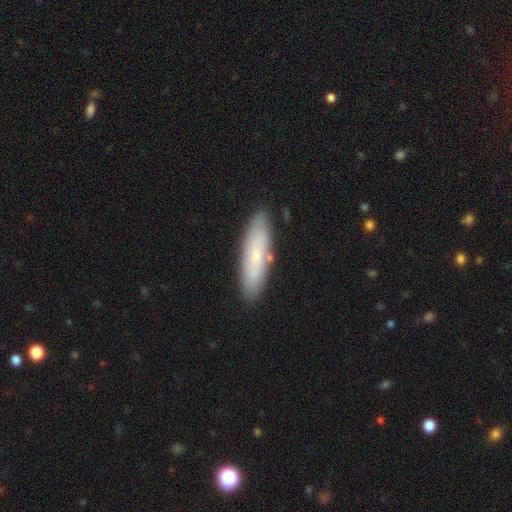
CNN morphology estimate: smooth-or-featured: smooth: 63% | featured or disk: 30% | star or artifact: 7%
  how-rounded: cigar-shaped: 62% | in between: 36% | round: 2%
  merging: none: 84% | minor disturbance: 11% | merger: 3% | major disturbance: 2%